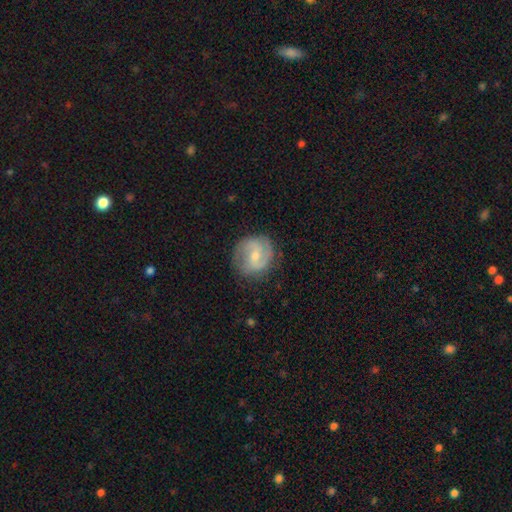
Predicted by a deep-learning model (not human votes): The model was most divided on "bulge size": moderate: 50%, small: 45%, none: 2%, large: 2%, dominant: 1%. Remaining: edge-on disk — no (98%); spiral arms — yes (93%); spiral arm count — 2 (82%); merging — none (78%); smooth or featured — featured or disk (77%); bar — weak (53%); spiral winding — medium (49%).